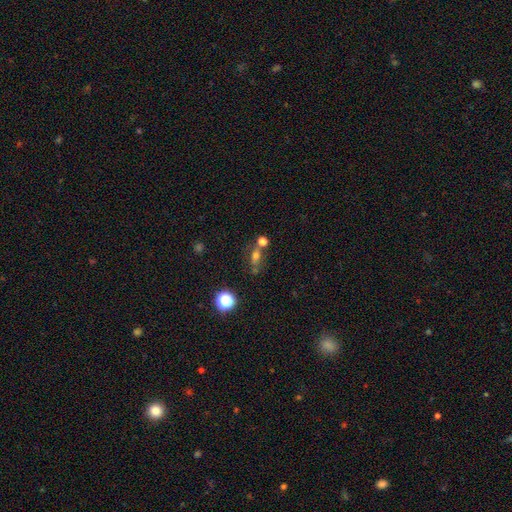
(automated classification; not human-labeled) A smooth galaxy with no disk features (59%) that is in between round and cigar-shaped (53%).

Vote fractions:
- Smooth or featured? smooth: 59% / star or artifact: 22% / featured or disk: 19%
- How rounded? in between: 53% / round: 35% / cigar-shaped: 12%
- Merging? none: 48% / merger: 31% / minor disturbance: 13% / major disturbance: 8%